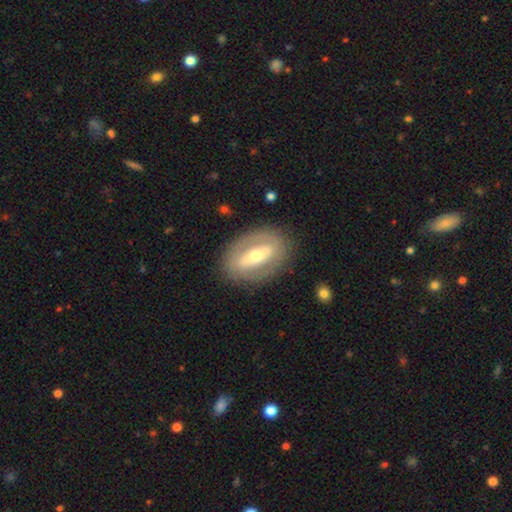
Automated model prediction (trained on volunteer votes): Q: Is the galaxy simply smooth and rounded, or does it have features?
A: featured or disk — 67%.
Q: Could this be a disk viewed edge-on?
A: no — 87%.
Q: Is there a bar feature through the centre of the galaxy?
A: strong — 53%.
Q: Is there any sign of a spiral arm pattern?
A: no — 71%.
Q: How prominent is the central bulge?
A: moderate — 63%.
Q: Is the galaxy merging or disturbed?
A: none — 82%.